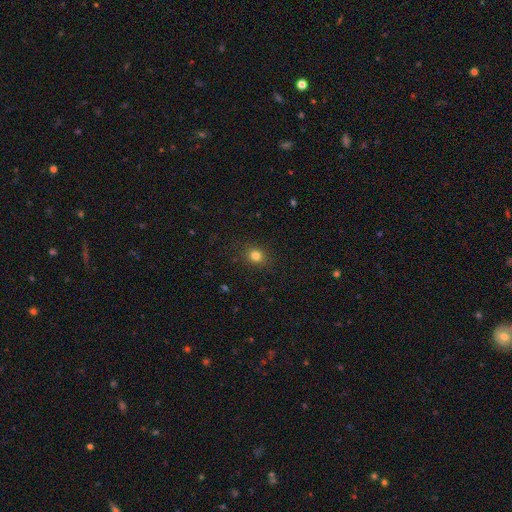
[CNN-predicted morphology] Smooth or featured: smooth — 81% (star or artifact — 13%)
How rounded: round — 67% (in between — 32%)
Merging: none — 87% (minor disturbance — 9%)